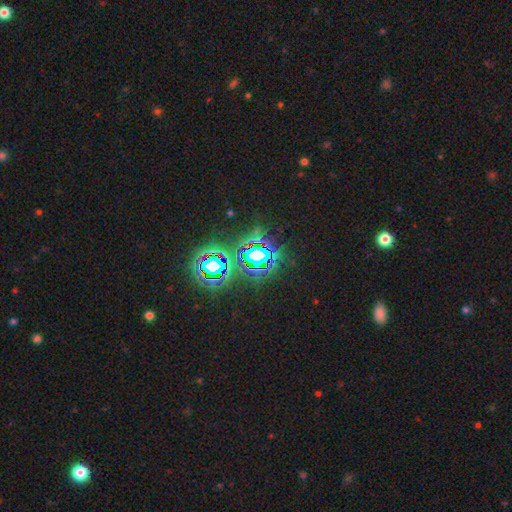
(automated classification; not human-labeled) smooth-or-featured: star or artifact: 80% | smooth: 10% | featured or disk: 9%